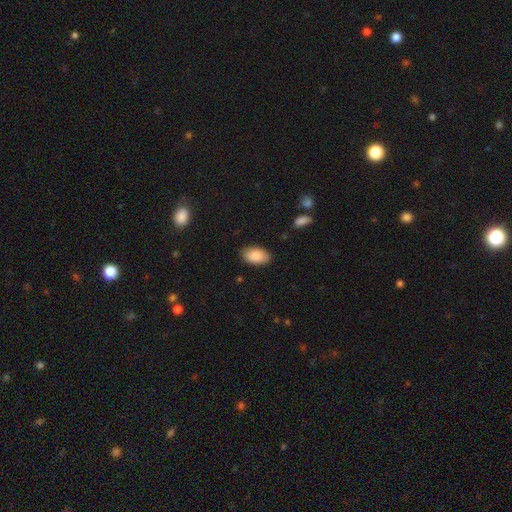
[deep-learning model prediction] Smooth or featured? smooth (89%)
How rounded? in between (94%)
Merging? none (84%)